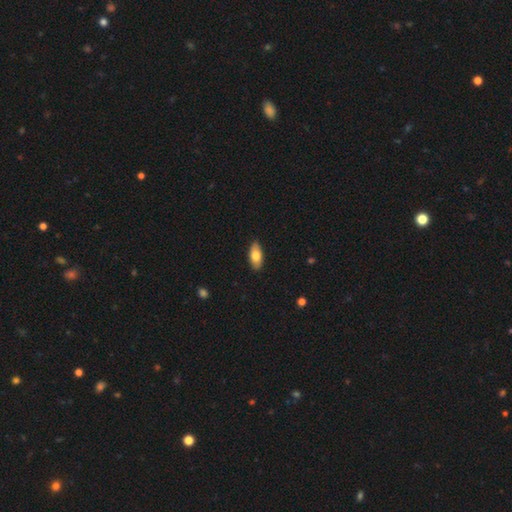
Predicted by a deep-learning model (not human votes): Overall: smooth (78%). How rounded: in between (87%). Merging: none (89%).